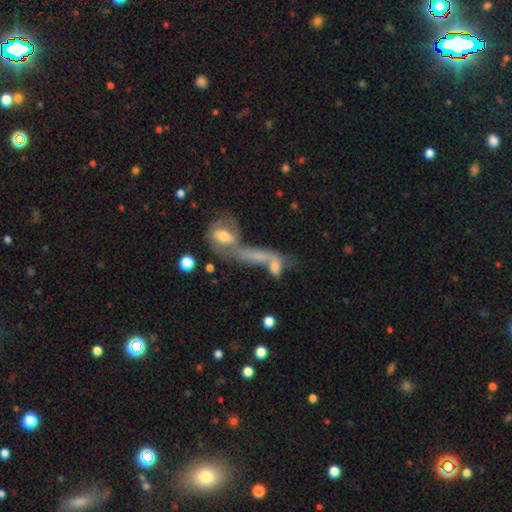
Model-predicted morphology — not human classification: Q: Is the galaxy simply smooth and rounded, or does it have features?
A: smooth — 50%.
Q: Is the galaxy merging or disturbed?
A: merger — 63%.